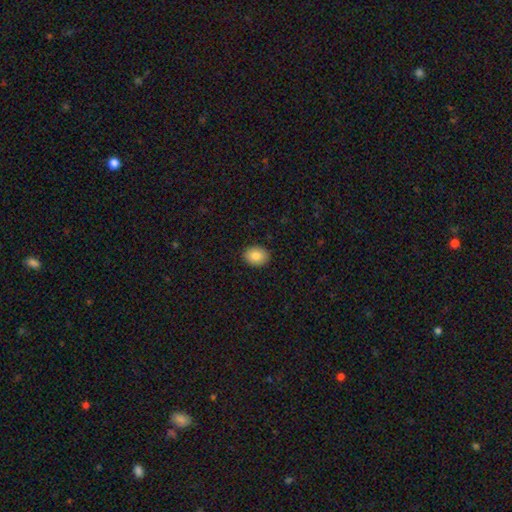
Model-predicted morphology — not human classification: Overall: smooth (83%). How rounded: in between (59%; round 41%). Merging: none (90%).